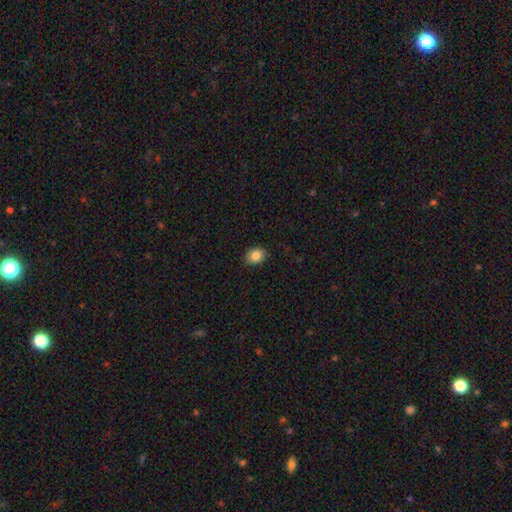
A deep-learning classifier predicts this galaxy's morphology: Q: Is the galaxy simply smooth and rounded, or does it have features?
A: smooth — 83%.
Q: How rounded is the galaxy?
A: in between — 57%.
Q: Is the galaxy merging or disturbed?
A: none — 88%.